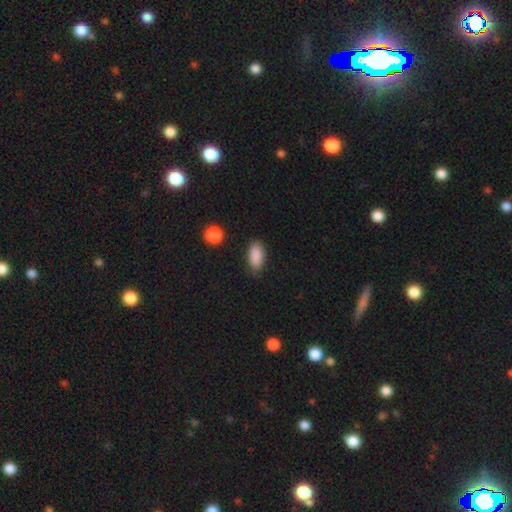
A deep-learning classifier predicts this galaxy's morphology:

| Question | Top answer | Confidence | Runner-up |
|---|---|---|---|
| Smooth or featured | smooth | 89% | star or artifact (7%) |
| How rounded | in between | 90% | cigar-shaped (7%) |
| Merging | none | 82% | minor disturbance (13%) |